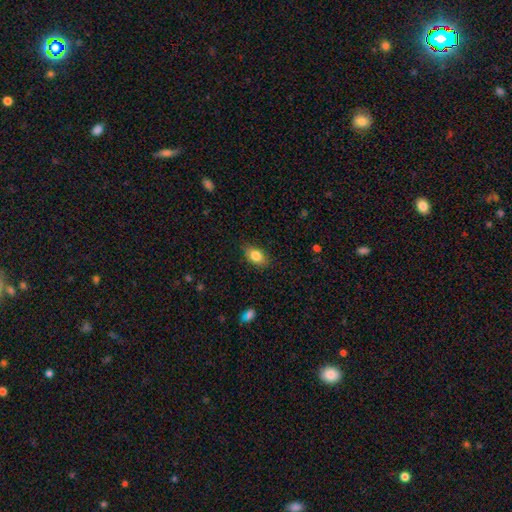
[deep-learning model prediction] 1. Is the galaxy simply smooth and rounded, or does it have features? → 84% smooth, 8% featured or disk, 8% star or artifact.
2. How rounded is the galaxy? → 84% in between, 14% round, 2% cigar-shaped.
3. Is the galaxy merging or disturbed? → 83% none, 13% minor disturbance, 3% major disturbance, 1% merger.